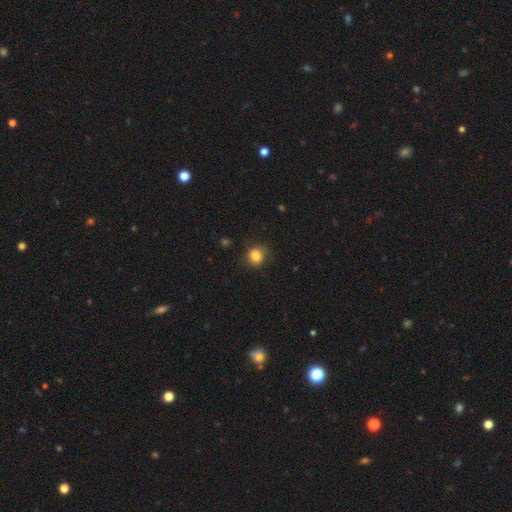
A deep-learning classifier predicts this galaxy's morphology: type=smooth (83%); roundness=round (84%); merging=none (84%).